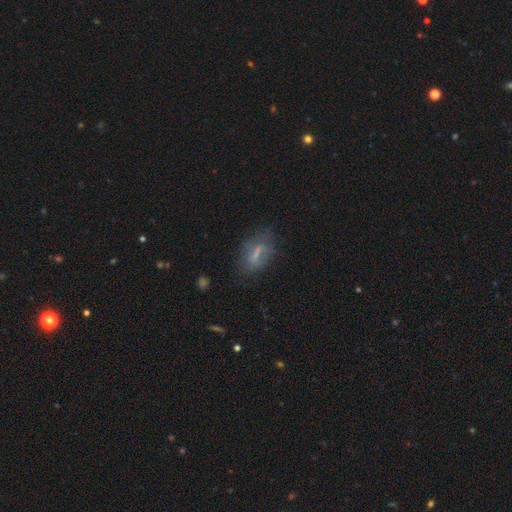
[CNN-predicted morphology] smooth 50%, featured or disk 37%, star or artifact 13%. Down the decision tree: how rounded — in between (64%); merging — none (66%).